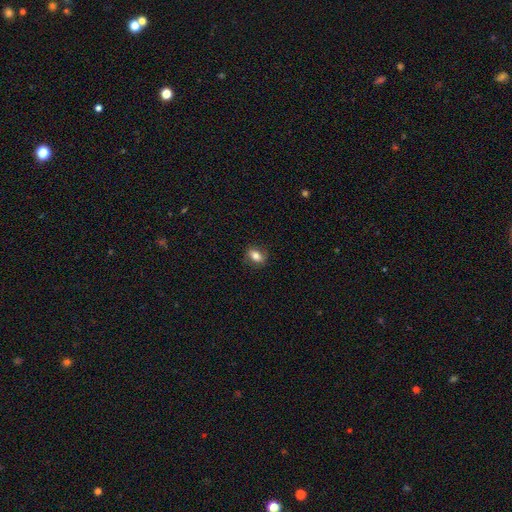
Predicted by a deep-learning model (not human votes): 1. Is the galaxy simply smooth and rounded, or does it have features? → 73% smooth, 18% featured or disk, 9% star or artifact.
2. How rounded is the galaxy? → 75% in between, 21% round, 4% cigar-shaped.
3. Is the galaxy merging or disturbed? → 84% none, 13% minor disturbance, 3% major disturbance, 1% merger.